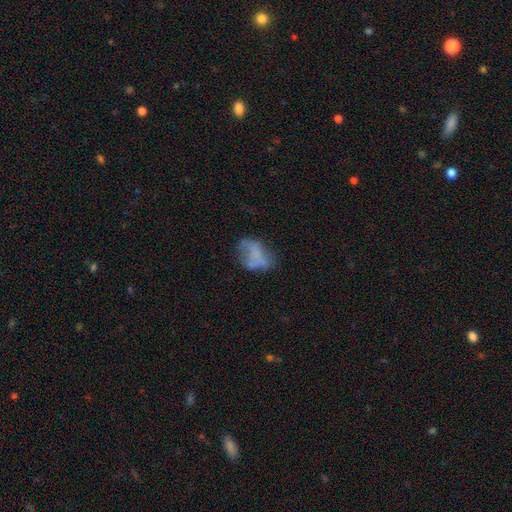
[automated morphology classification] Smooth or featured? smooth (52%)
How rounded? in between (78%)
Merging? none (40%)